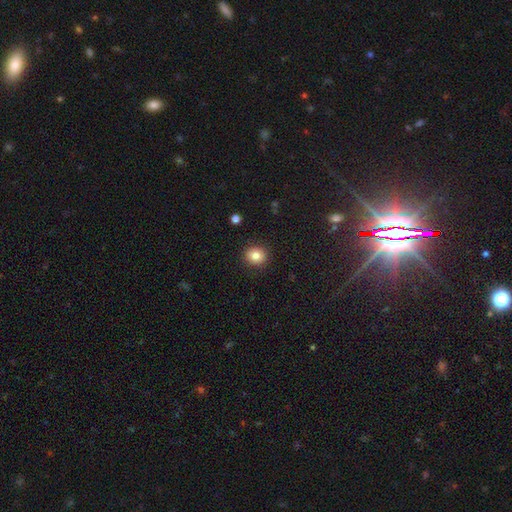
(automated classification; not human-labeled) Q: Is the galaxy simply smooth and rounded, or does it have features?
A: smooth — 83%.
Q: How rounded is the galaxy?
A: round — 82%.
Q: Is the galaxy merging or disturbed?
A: none — 90%.